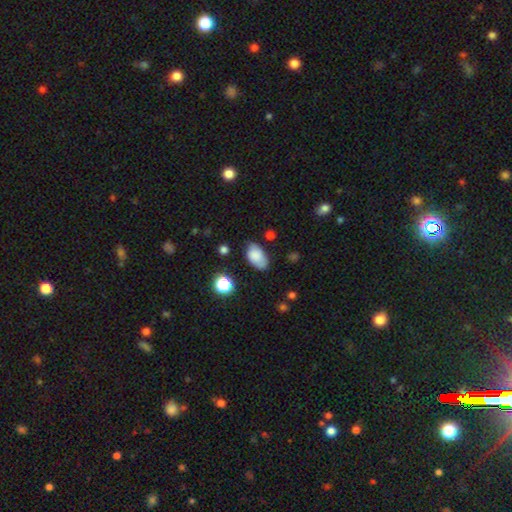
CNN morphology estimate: smooth_or_featured: smooth (p=0.82) [alt: featured or disk p=0.10]
how_rounded: in between (p=0.92) [alt: round p=0.06]
merging: none (p=0.68) [alt: minor disturbance p=0.24]